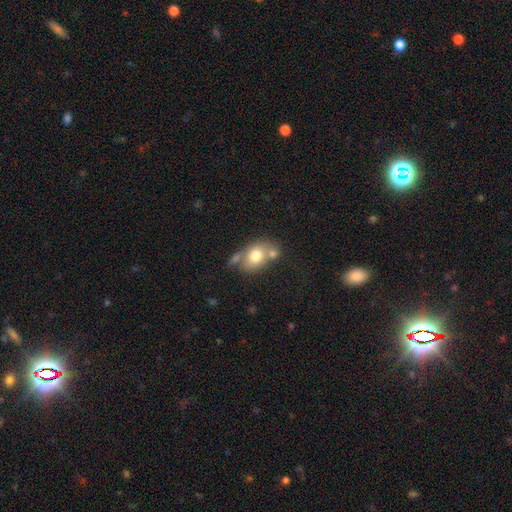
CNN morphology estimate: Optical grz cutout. It shows a smooth galaxy with no disk features (72%) that is in between round and cigar-shaped (71%). Merging: none (45%).